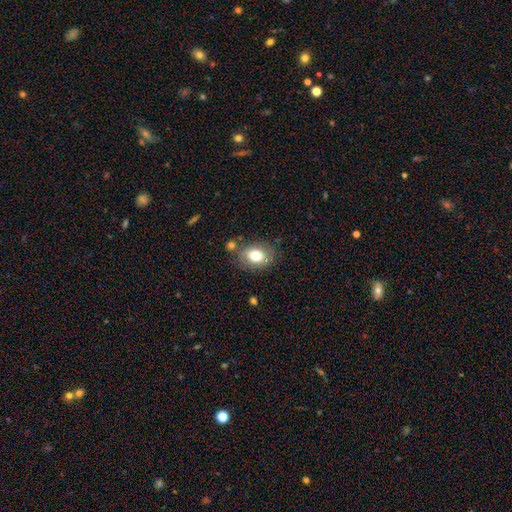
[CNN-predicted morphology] Smooth or featured? smooth (75%)
How rounded? in between (64%)
Merging? none (73%)